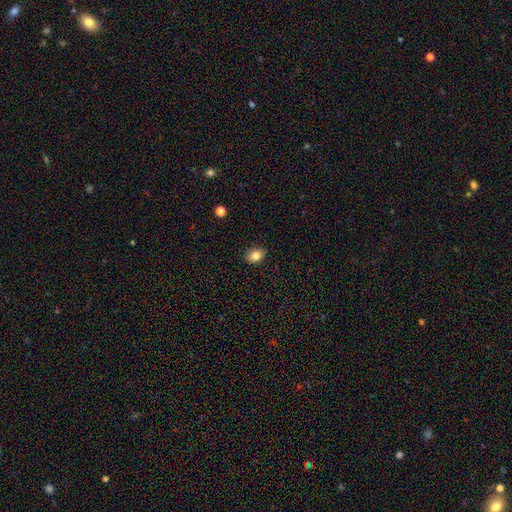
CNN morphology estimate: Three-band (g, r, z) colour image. It shows a smooth galaxy with no disk features (83%) that is in between round and cigar-shaped (61%). Merging: none (88%).